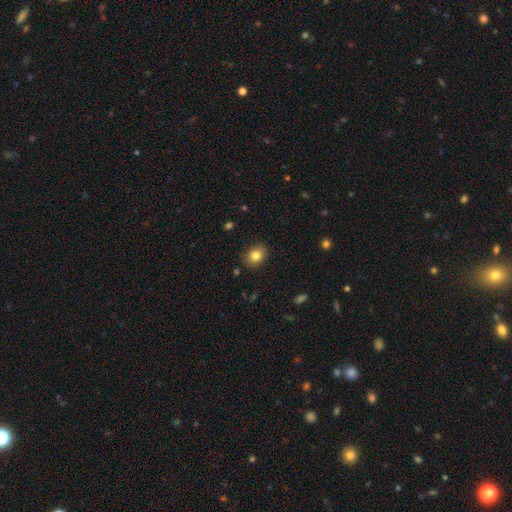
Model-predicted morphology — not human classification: Smooth or featured?
  - smooth: 82% *
  - star or artifact: 10%
  - featured or disk: 8%
How rounded?
  - round: 50% *
  - in between: 49%
  - cigar-shaped: 1%
Merging?
  - none: 85% *
  - minor disturbance: 11%
  - major disturbance: 3%
  - merger: 1%